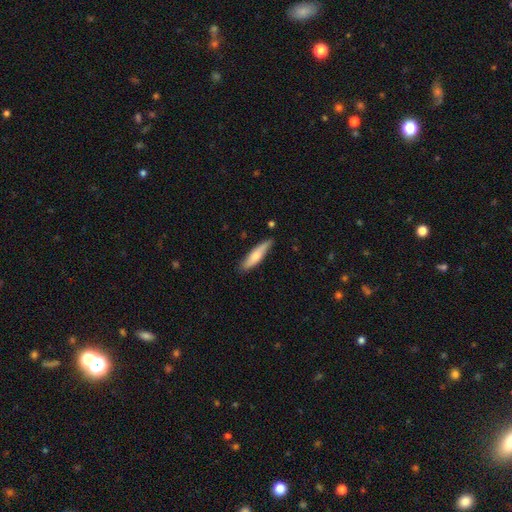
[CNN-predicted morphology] Overall: smooth (68%). How rounded: cigar-shaped (77%). Merging: none (77%).